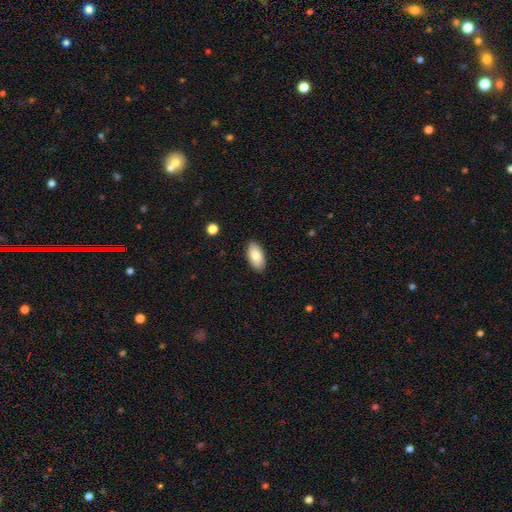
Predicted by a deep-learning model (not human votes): Smooth or featured? Predicted: smooth (p=0.83). How rounded? Predicted: in between (p=0.94). Merging? Predicted: none (p=0.88).